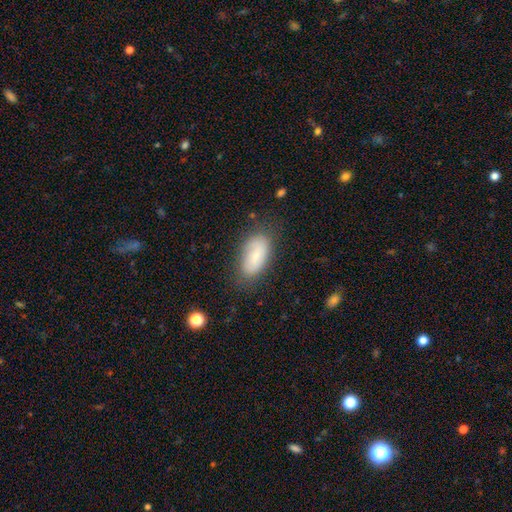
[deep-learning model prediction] This appears to be a smooth galaxy with no disk features (70%) that is in between round and cigar-shaped (92%). Merging: none (70%).